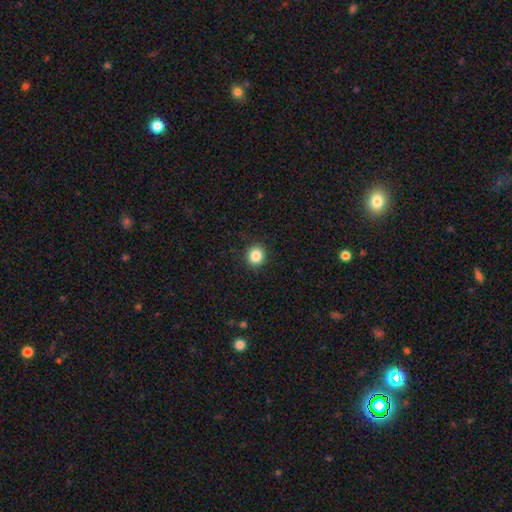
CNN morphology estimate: A smooth galaxy with no disk features (86%) that is round (87%). Merging: none (92%).